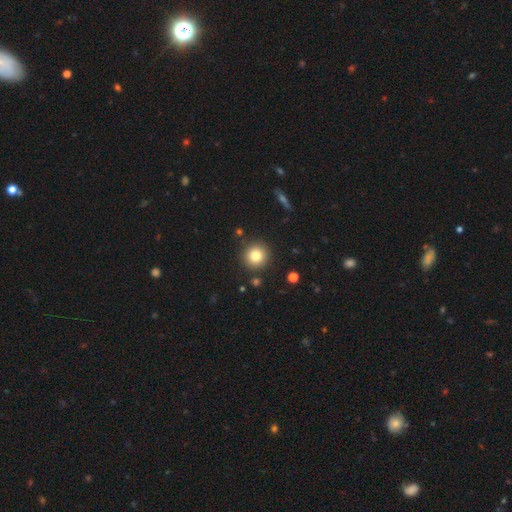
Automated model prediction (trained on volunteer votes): A smooth galaxy with no disk features (80%) that is round (94%). Merging: none (89%).